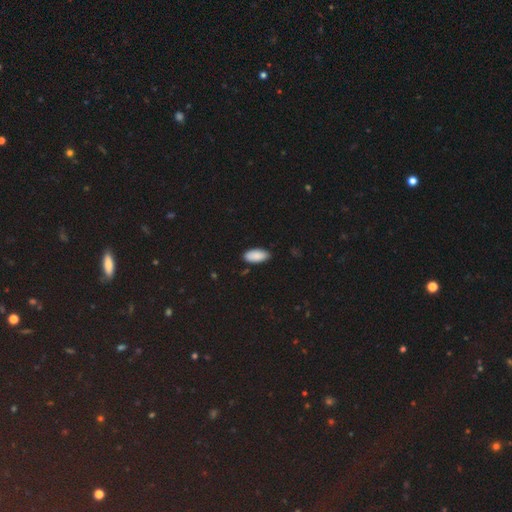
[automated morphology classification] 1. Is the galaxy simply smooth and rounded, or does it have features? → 89% smooth, 7% star or artifact, 4% featured or disk.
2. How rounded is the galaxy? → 93% in between, 5% cigar-shaped, 2% round.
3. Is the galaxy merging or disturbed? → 84% none, 13% minor disturbance, 2% major disturbance, 1% merger.